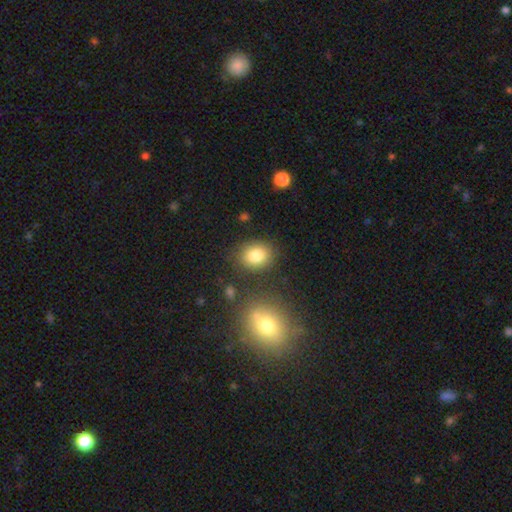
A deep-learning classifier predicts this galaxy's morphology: A smooth galaxy with no disk features (84%) that is round (50%).

Vote fractions:
- Smooth or featured? smooth: 84% / star or artifact: 9% / featured or disk: 7%
- How rounded? round: 50% / in between: 49% / cigar-shaped: 1%
- Merging? none: 83% / minor disturbance: 10% / merger: 4% / major disturbance: 3%